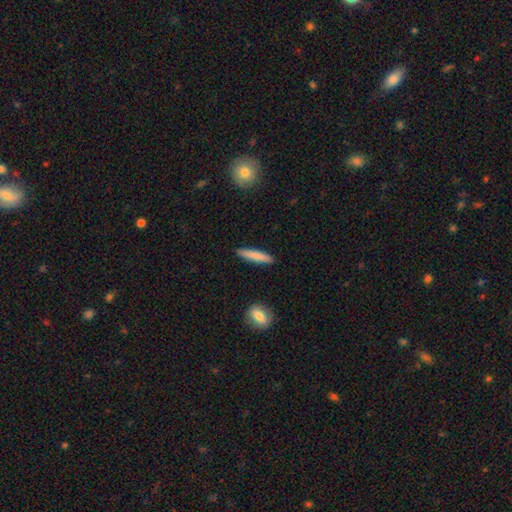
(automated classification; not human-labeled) smooth_or_featured: smooth (p=0.80) [alt: featured or disk p=0.14]
how_rounded: cigar-shaped (p=0.89) [alt: in between p=0.10]
merging: none (p=0.90) [alt: minor disturbance p=0.07]